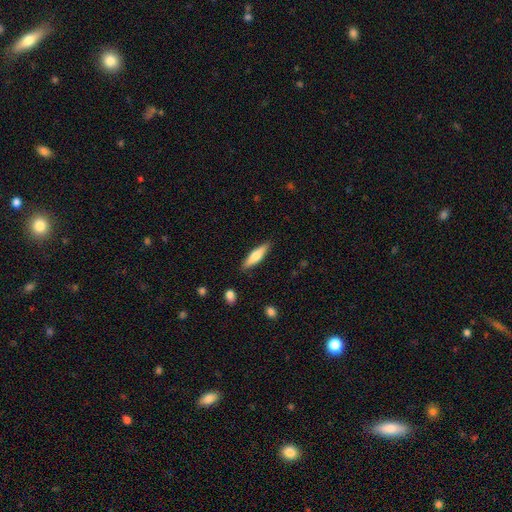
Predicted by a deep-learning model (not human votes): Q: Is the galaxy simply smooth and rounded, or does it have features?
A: smooth — 62%.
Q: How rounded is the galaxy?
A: cigar-shaped — 71%.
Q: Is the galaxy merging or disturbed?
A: none — 88%.